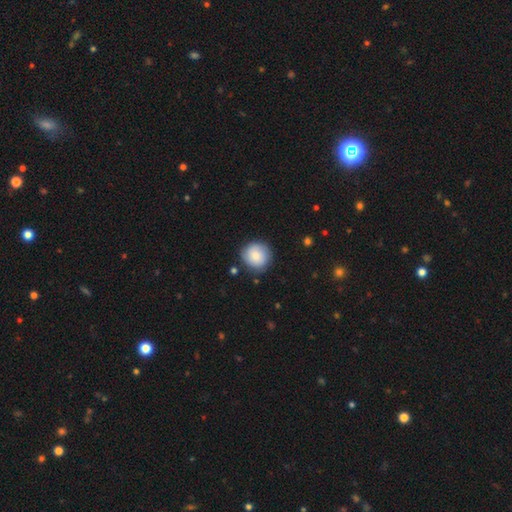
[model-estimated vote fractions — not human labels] smooth 80%, featured or disk 13%, star or artifact 7%. Down the decision tree: how rounded — round (93%); merging — none (84%).